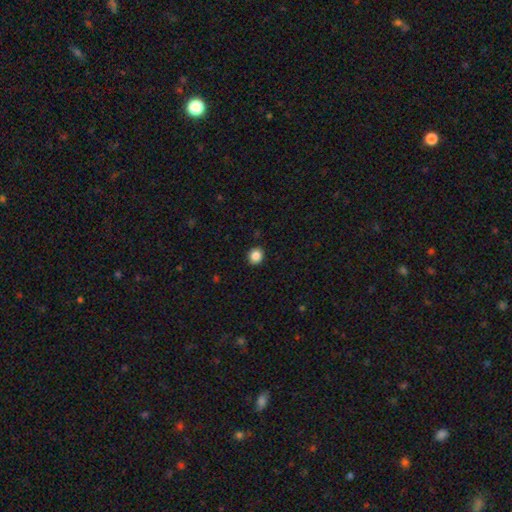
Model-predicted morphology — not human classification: smooth 87%, star or artifact 10%, featured or disk 3%. Down the decision tree: how rounded — round (85%); merging — none (92%).